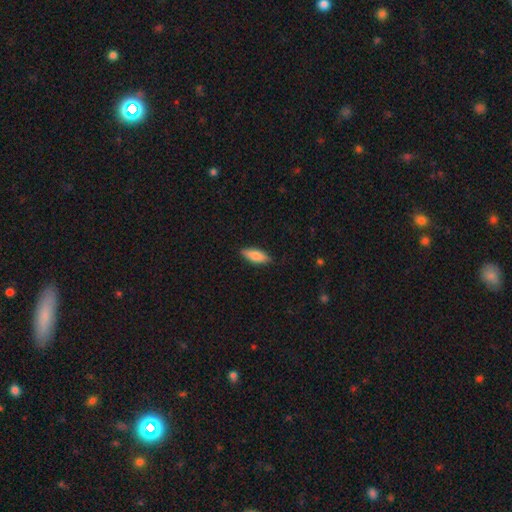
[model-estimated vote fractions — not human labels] smooth 81%, featured or disk 14%, star or artifact 6%. Down the decision tree: how rounded — in between (65%); merging — none (85%).